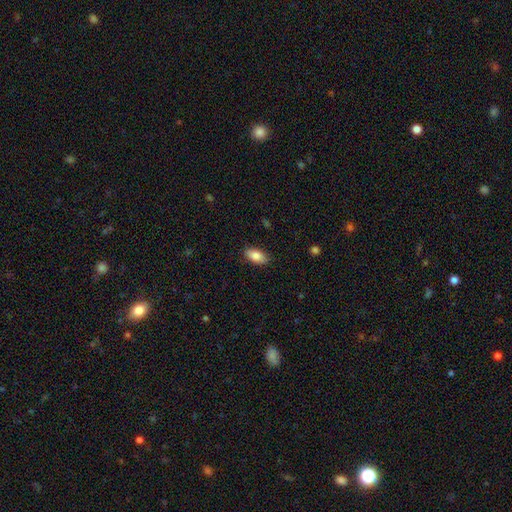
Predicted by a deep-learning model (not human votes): The model was most divided on "merging": none: 87%, minor disturbance: 10%, major disturbance: 2%, merger: 1%. More confident: how rounded — in between (91%); smooth or featured — smooth (86%).